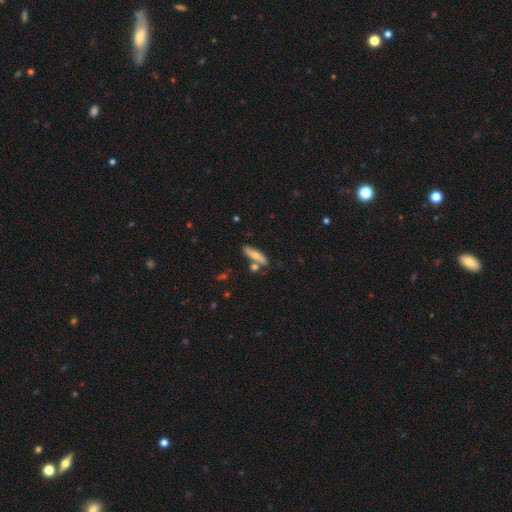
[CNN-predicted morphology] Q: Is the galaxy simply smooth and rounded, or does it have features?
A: smooth — 61%.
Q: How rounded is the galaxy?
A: cigar-shaped — 68%.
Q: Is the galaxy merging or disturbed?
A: none — 69%.